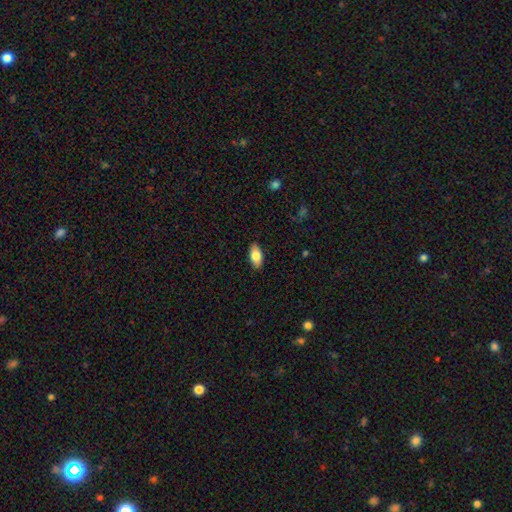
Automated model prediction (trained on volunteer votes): Overall: smooth (80%). How rounded: in between (91%). Merging: none (88%).